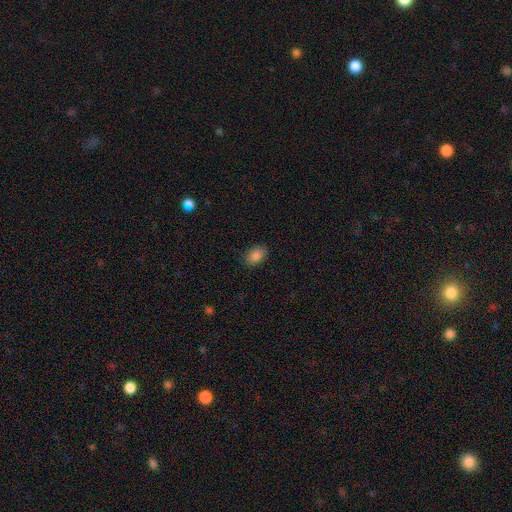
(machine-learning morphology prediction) smooth-or-featured: smooth: 86% | star or artifact: 9% | featured or disk: 5%
  how-rounded: in between: 80% | round: 19% | cigar-shaped: 1%
  merging: none: 86% | minor disturbance: 11% | major disturbance: 2% | merger: 1%